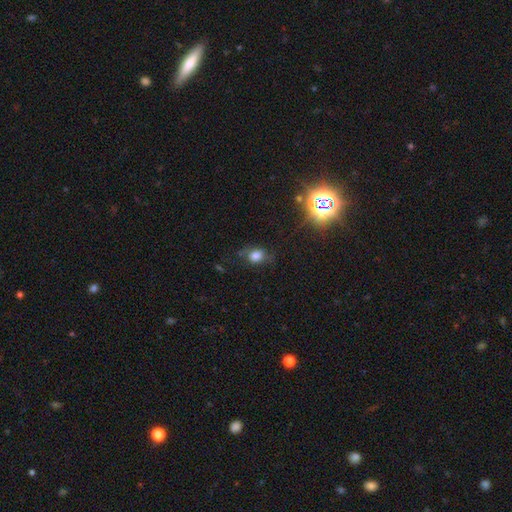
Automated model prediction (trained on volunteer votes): A smooth galaxy with no disk features (71%) that is in between round and cigar-shaped (58%).

Vote fractions:
- Smooth or featured? smooth: 71% / star or artifact: 16% / featured or disk: 14%
- How rounded? in between: 58% / round: 39% / cigar-shaped: 2%
- Merging? none: 61% / minor disturbance: 25% / major disturbance: 12% / merger: 2%